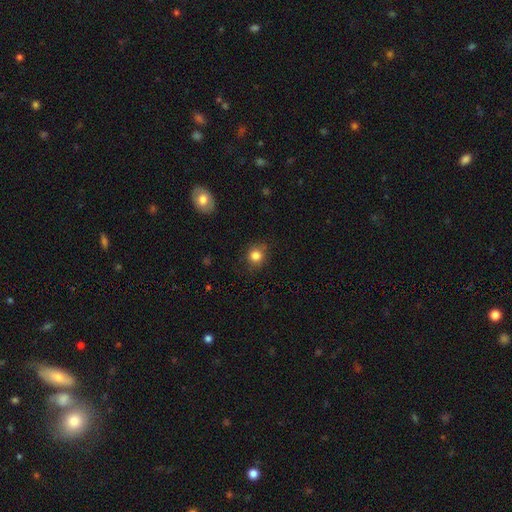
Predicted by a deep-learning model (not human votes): smooth 83%, star or artifact 11%, featured or disk 6%. Down the decision tree: how rounded — round (84%); merging — none (80%).